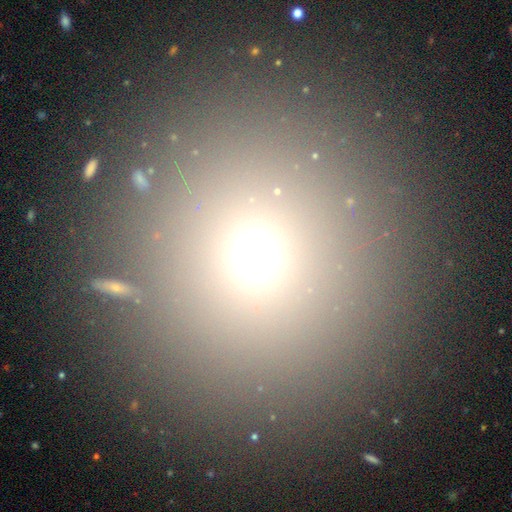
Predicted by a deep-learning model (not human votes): smooth-or-featured: smooth: 65% | star or artifact: 25% | featured or disk: 10%
  how-rounded: round: 95% | in between: 4% | cigar-shaped: 1%
  merging: none: 89% | minor disturbance: 5% | major disturbance: 3% | merger: 3%